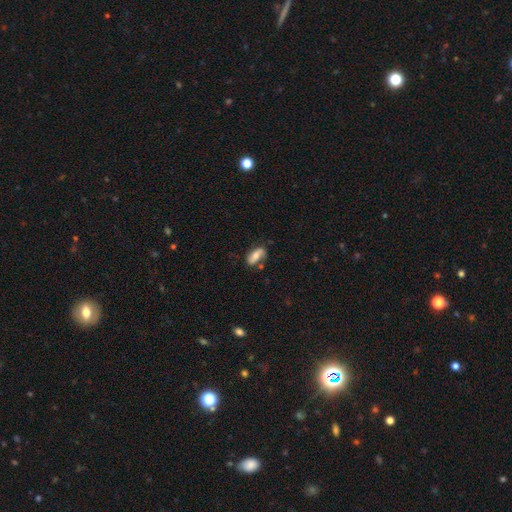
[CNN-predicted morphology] smooth-or-featured: smooth: 55% | featured or disk: 37% | star or artifact: 7%
  how-rounded: in between: 86% | cigar-shaped: 10% | round: 4%
  merging: none: 61% | minor disturbance: 24% | major disturbance: 8% | merger: 7%